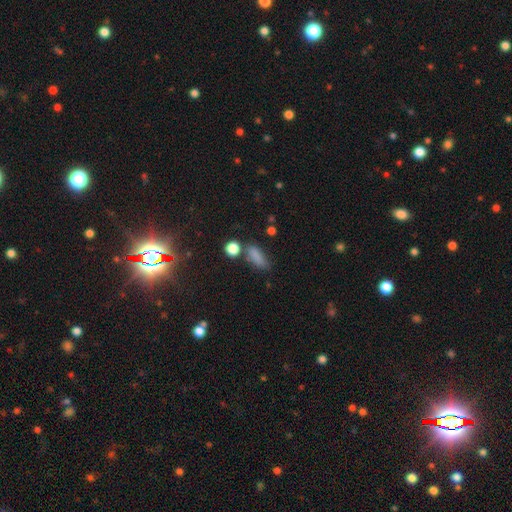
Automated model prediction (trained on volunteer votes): Smooth or featured: smooth — 80% (star or artifact — 13%)
How rounded: in between — 57% (cigar-shaped — 34%)
Merging: none — 60% (minor disturbance — 21%)